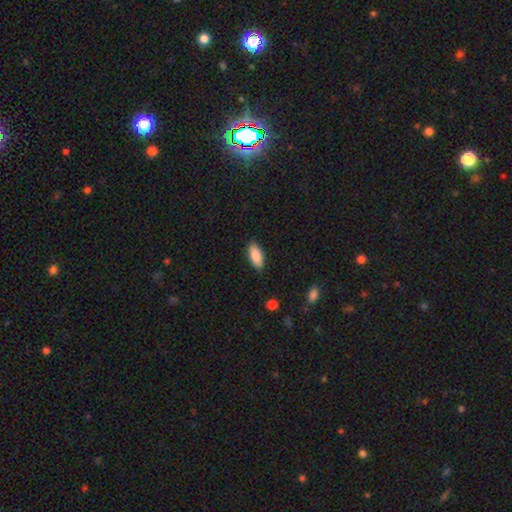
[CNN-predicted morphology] smooth 87%, featured or disk 7%, star or artifact 6%. Down the decision tree: how rounded — in between (83%); merging — none (88%).